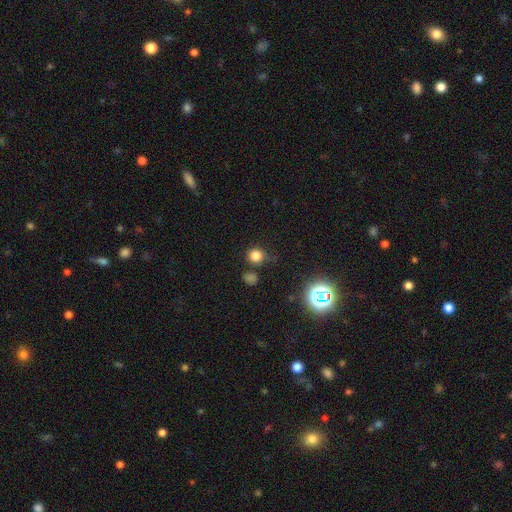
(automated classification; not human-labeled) This is likely a smooth galaxy (77%). How rounded: clearly round (91%). Merging: likely none (73%).